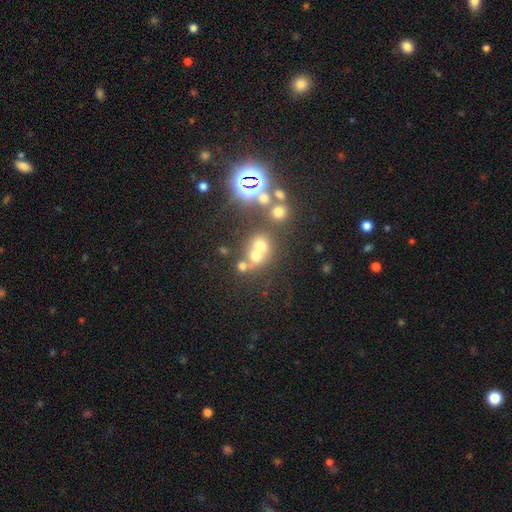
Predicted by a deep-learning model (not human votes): Smooth or featured: smooth — 57% (star or artifact — 26%)
How rounded: round — 78% (in between — 21%)
Merging: merger — 46% (none — 41%)